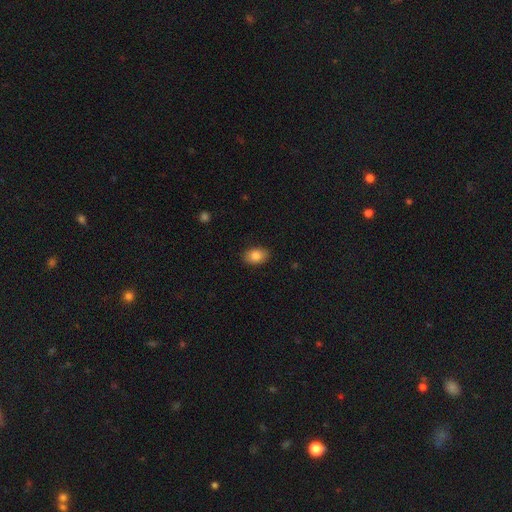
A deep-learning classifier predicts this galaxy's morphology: A smooth galaxy with no disk features (85%) that is in between round and cigar-shaped (85%). Merging: none (88%).